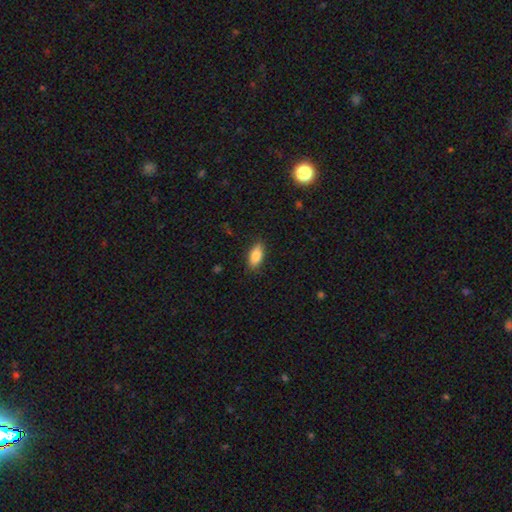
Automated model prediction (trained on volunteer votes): Smooth or featured? smooth (84%)
How rounded? in between (88%)
Merging? none (86%)